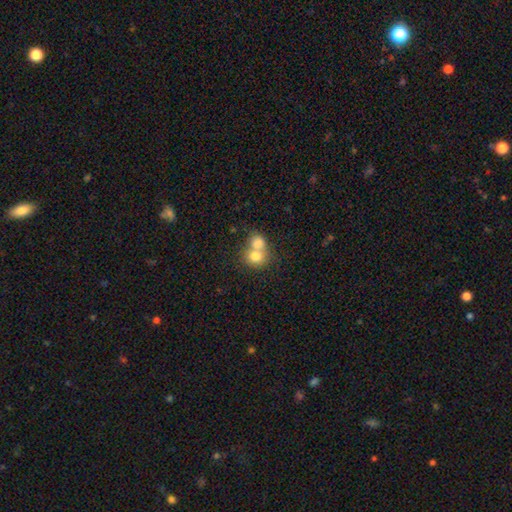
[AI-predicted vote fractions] Q: Smooth or featured?
A: smooth (76%); runner-up: featured or disk (14%)
Q: How rounded?
A: round (71%); runner-up: in between (28%)
Q: Merging?
A: merger (65%); runner-up: none (27%)